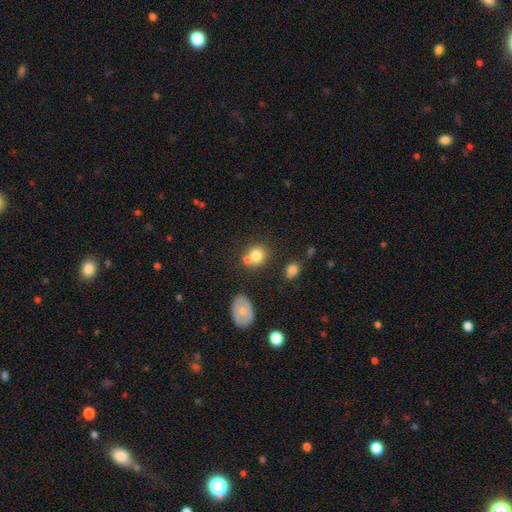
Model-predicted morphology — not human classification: smooth 76%, featured or disk 13%, star or artifact 11%. Down the decision tree: how rounded — round (77%); merging — none (56%).